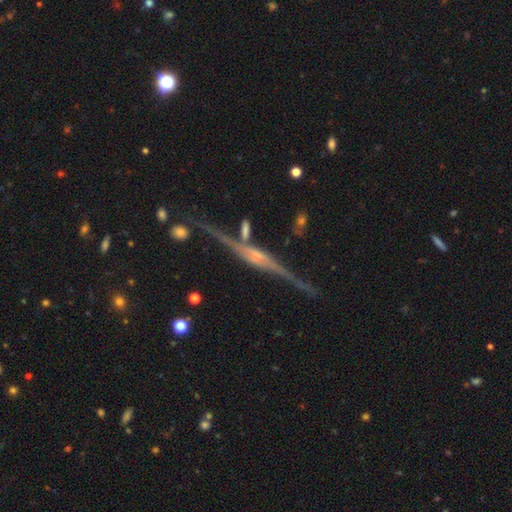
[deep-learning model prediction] smooth-or-featured: featured or disk: 87% | smooth: 7% | star or artifact: 6%
  disk-edge-on: yes: 96% | no: 4%
    edge-on-bulge: rounded: 55% | boxy: 31% | none: 14%
  merging: none: 75% | minor disturbance: 14% | merger: 5% | major disturbance: 5%